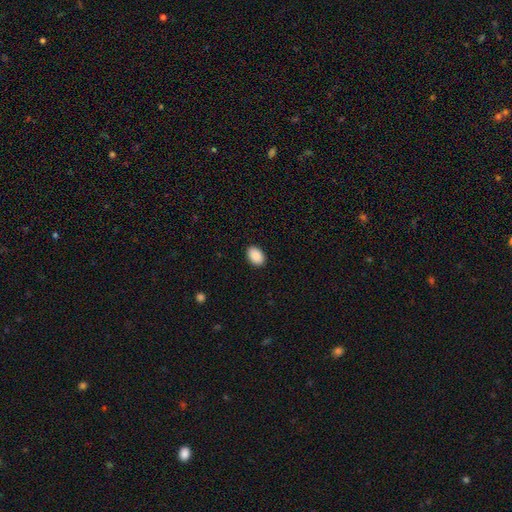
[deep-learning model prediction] Overall: smooth (90%). How rounded: in between (85%). Merging: none (91%).